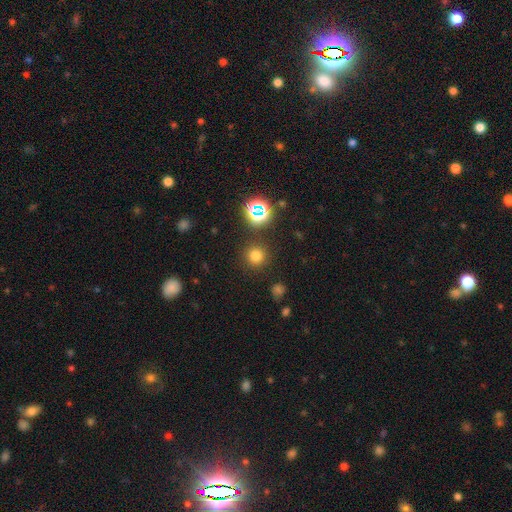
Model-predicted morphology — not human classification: Smooth or featured? smooth (73%)
How rounded? round (95%)
Merging? none (88%)